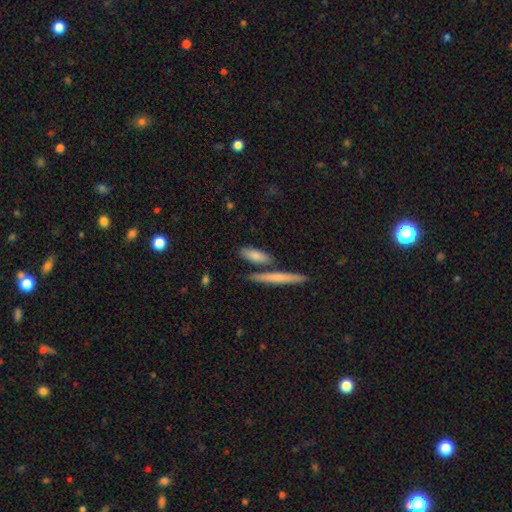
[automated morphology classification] The model was most divided on "how rounded": cigar-shaped: 50%, in between: 46%, round: 4%. More confident: smooth or featured — smooth (76%); merging — none (67%).